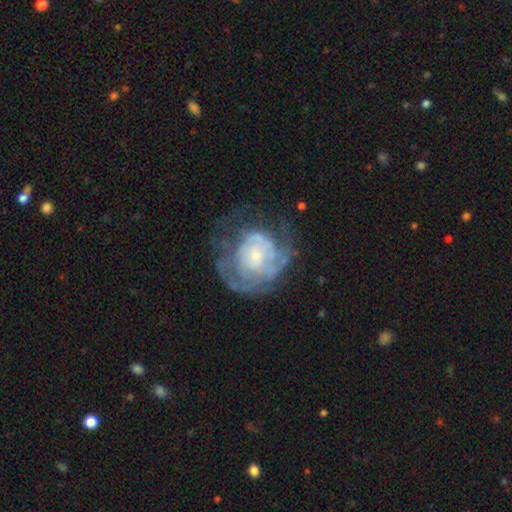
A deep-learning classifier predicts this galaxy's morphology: This is likely a featured or disk galaxy (73%). It is clearly not viewed edge-on (98%). Bar: clearly no (80%). Spiral arm pattern: likely yes (72%). Spiral arm count: possibly can't tell (52%). Spiral winding: possibly tight (56%). Central bulge: likely small (68%). Merging: marginally none (43%).